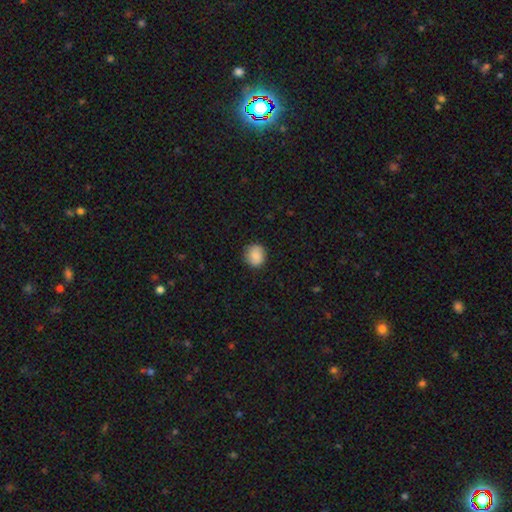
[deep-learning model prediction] smooth_or_featured: smooth (p=0.86) [alt: star or artifact p=0.08]
how_rounded: round (p=0.87) [alt: in between p=0.12]
merging: none (p=0.87) [alt: minor disturbance p=0.09]